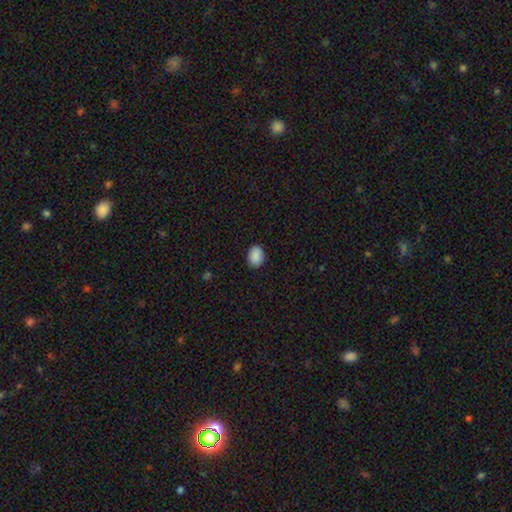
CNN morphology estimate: smooth_or_featured: smooth (p=0.90) [alt: star or artifact p=0.07]
how_rounded: in between (p=0.70) [alt: round p=0.29]
merging: none (p=0.88) [alt: minor disturbance p=0.09]